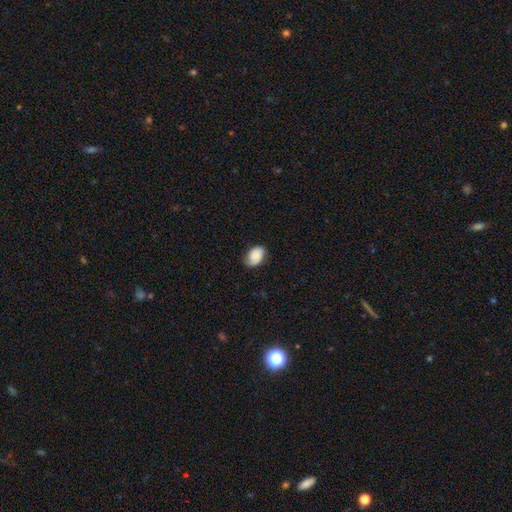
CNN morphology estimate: Overall: smooth (81%). How rounded: in between (85%). Merging: none (75%).